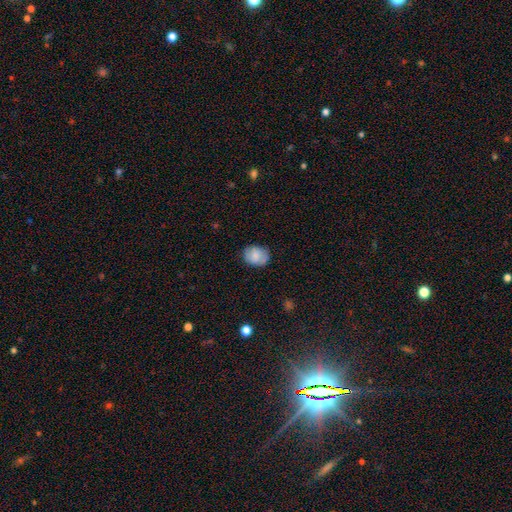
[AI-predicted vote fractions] Smooth or featured? smooth (77%)
How rounded? round (52%)
Merging? none (76%)